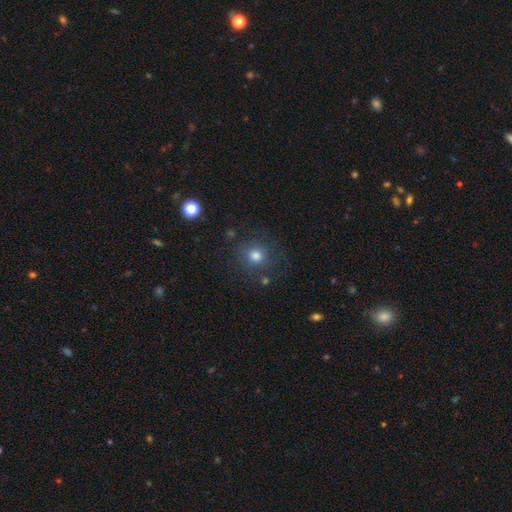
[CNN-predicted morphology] A smooth galaxy with no disk features (77%) that is round (90%).

Vote fractions:
- Smooth or featured? smooth: 77% / star or artifact: 13% / featured or disk: 10%
- How rounded? round: 90% / in between: 10% / cigar-shaped: 1%
- Merging? none: 79% / minor disturbance: 12% / major disturbance: 6% / merger: 3%